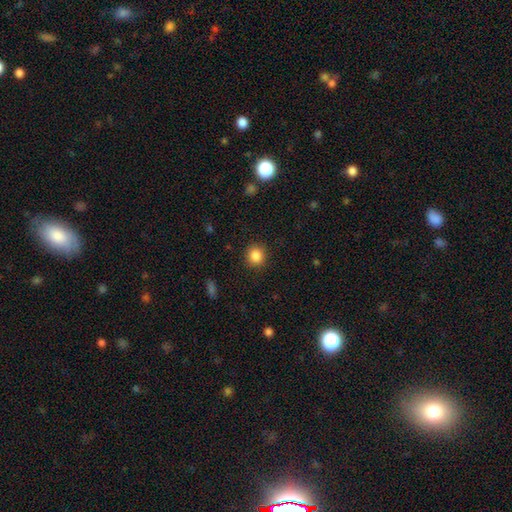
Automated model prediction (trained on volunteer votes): Q: Smooth or featured?
A: smooth (86%); runner-up: star or artifact (10%)
Q: How rounded?
A: round (87%); runner-up: in between (12%)
Q: Merging?
A: none (90%); runner-up: minor disturbance (7%)